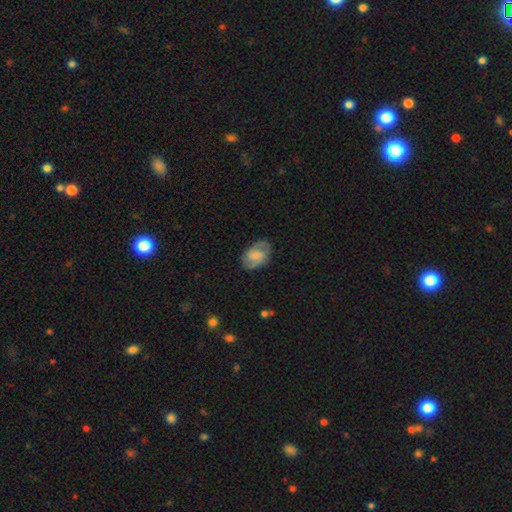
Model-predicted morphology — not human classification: Smooth or featured? Predicted: featured or disk (p=0.58). Edge-on disk? Predicted: no (p=0.97). Bar? Predicted: no (p=0.48). Spiral arms? Predicted: yes (p=0.89). Bulge size? Predicted: small (p=0.42). Merging? Predicted: none (p=0.77).